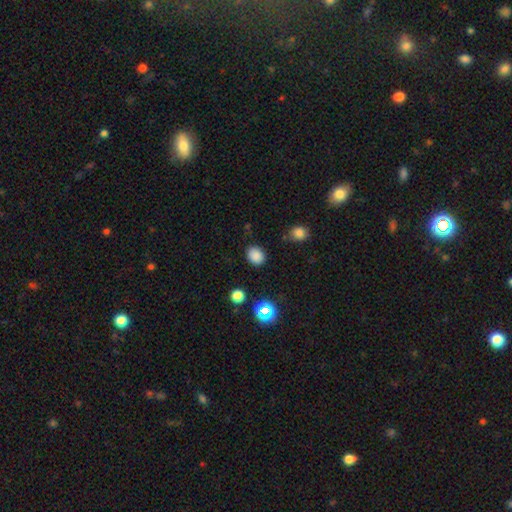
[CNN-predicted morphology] This appears to be a smooth galaxy with no disk features (83%) that is in between round and cigar-shaped (52%). Merging: none (83%).